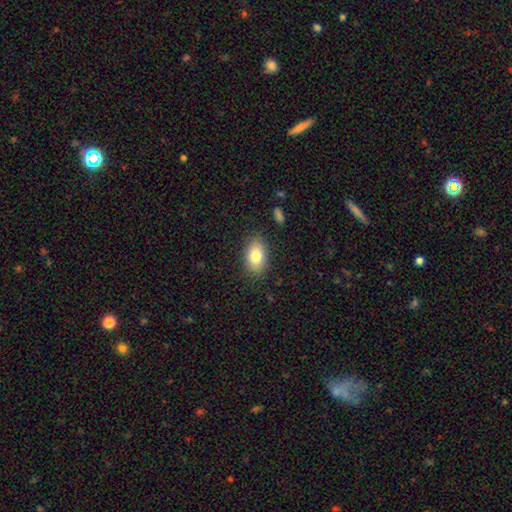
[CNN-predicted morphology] Smooth or featured? smooth (80%)
How rounded? in between (88%)
Merging? none (85%)